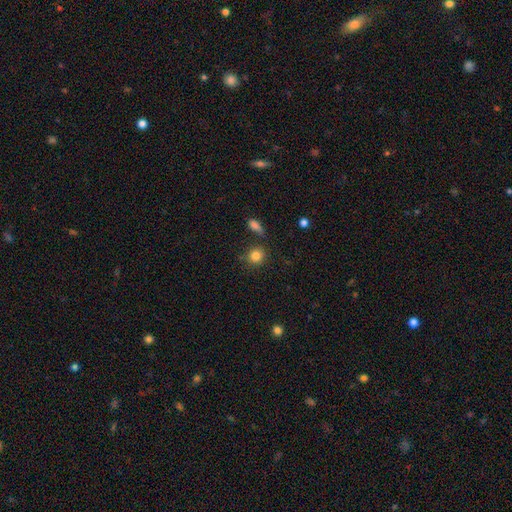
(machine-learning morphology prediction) smooth-or-featured: smooth: 84% | star or artifact: 10% | featured or disk: 6%
  how-rounded: round: 82% | in between: 17% | cigar-shaped: 1%
  merging: none: 77% | minor disturbance: 12% | merger: 7% | major disturbance: 4%